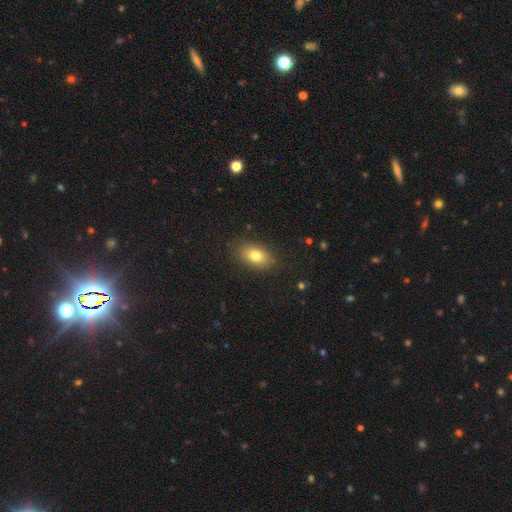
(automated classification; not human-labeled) The model was most divided on "smooth or featured": smooth: 79%, featured or disk: 12%, star or artifact: 9%. More confident: how rounded — in between (85%); merging — none (84%).